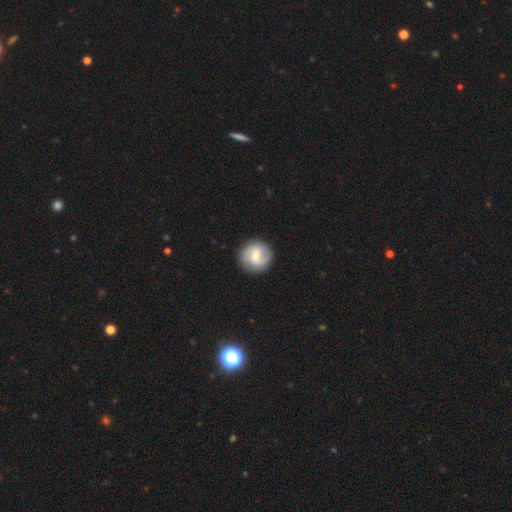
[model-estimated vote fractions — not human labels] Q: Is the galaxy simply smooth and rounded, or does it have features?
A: featured or disk — 65%.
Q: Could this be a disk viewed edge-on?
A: no — 98%.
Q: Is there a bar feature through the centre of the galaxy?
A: weak — 54%.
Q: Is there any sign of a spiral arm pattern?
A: yes — 90%.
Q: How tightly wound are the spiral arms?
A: medium — 44%.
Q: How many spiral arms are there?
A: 2 — 84%.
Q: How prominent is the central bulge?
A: moderate — 48%.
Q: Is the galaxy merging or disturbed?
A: none — 88%.